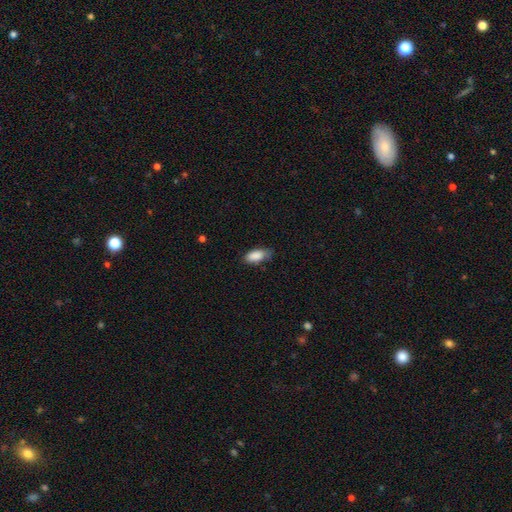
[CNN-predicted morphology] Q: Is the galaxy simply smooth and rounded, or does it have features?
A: smooth — 87%.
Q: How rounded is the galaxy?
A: in between — 88%.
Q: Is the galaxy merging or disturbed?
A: none — 65%.